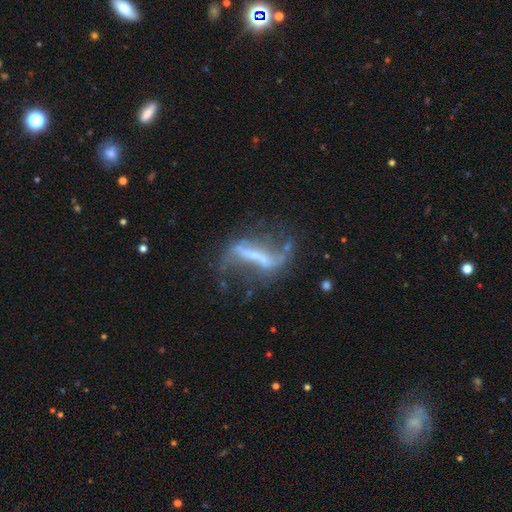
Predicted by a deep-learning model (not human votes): featured or disk 80%, smooth 11%, star or artifact 9%. Down the decision tree: edge-on disk — no (84%); bar — strong (64%); spiral arms — yes (75%); spiral arm count — 2 (85%); spiral winding — loose (84%); bulge size — small (55%); merging — none (47%).